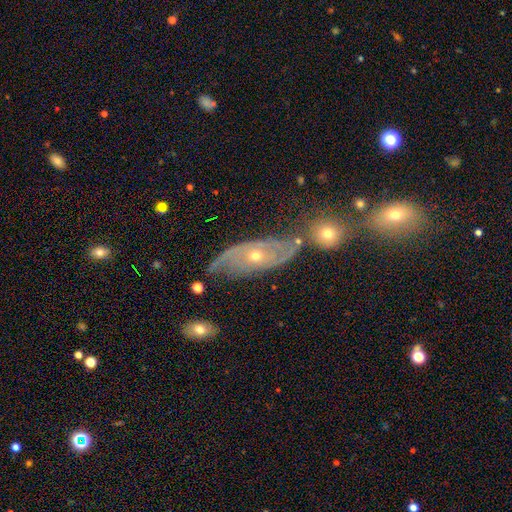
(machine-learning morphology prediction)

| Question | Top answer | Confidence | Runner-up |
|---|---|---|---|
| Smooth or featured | featured or disk | 82% | smooth (11%) |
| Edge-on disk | no | 89% | yes (11%) |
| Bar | no | 79% | weak (16%) |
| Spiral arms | yes | 89% | no (11%) |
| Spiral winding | tight | 52% | medium (34%) |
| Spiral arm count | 2 | 52% | can't tell (27%) |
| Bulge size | small | 54% | moderate (43%) |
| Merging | none | 58% | minor disturbance (23%) |